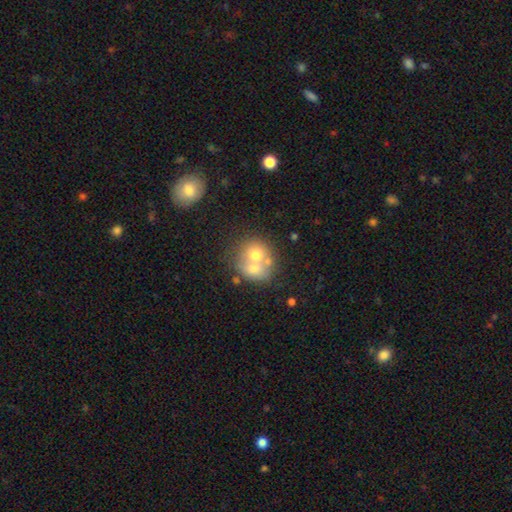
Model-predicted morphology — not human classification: Smooth or featured? Predicted: smooth (p=0.61). How rounded? Predicted: round (p=0.75). Merging? Predicted: merger (p=0.60).